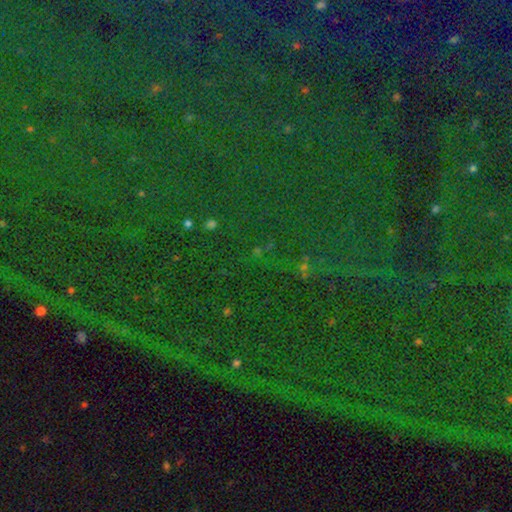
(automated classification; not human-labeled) Overall: star or artifact (82%).